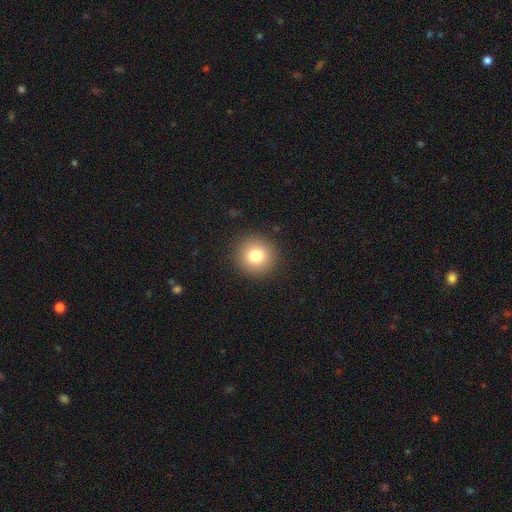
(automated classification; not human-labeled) This appears to be a smooth galaxy with no disk features (80%) that is round (94%). Merging: none (91%).